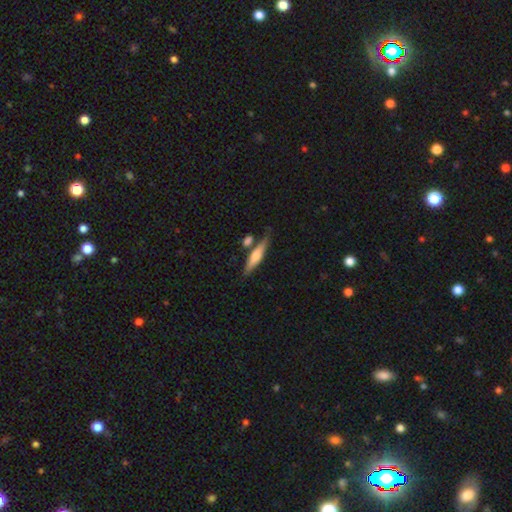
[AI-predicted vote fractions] Smooth or featured: smooth — 53% (featured or disk — 41%)
How rounded: cigar-shaped — 80% (in between — 18%)
Merging: none — 70% (merger — 13%)